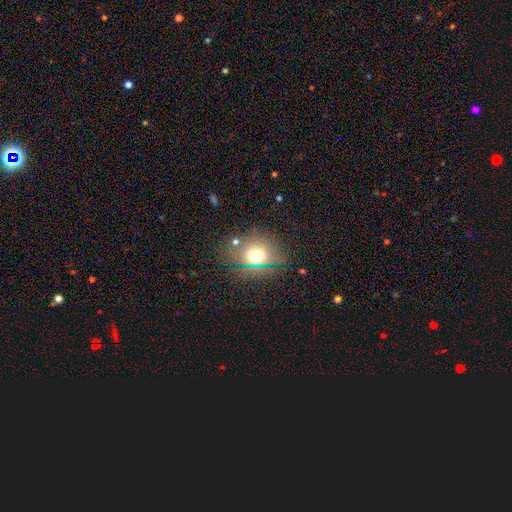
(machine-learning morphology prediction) smooth-or-featured: smooth: 63% | star or artifact: 20% | featured or disk: 17%
  how-rounded: round: 66% | in between: 32% | cigar-shaped: 2%
  merging: none: 75% | minor disturbance: 15% | major disturbance: 6% | merger: 5%